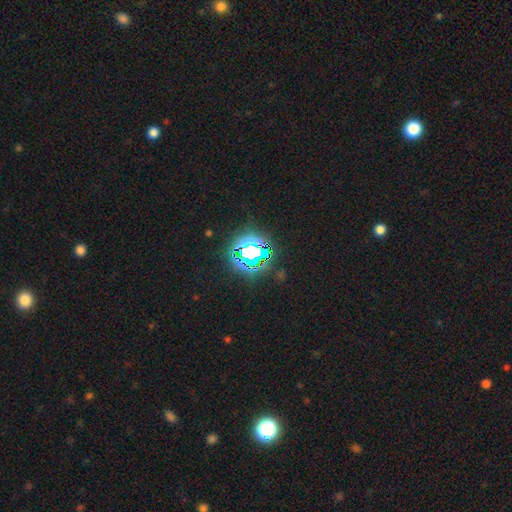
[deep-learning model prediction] This appears to be a star or artifact, not a galaxy (76%).